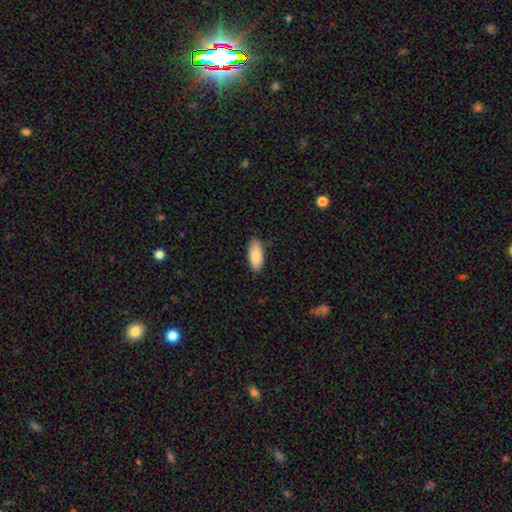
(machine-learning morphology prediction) Smooth or featured: smooth — 85% (featured or disk — 8%)
How rounded: in between — 86% (cigar-shaped — 12%)
Merging: none — 87% (minor disturbance — 11%)